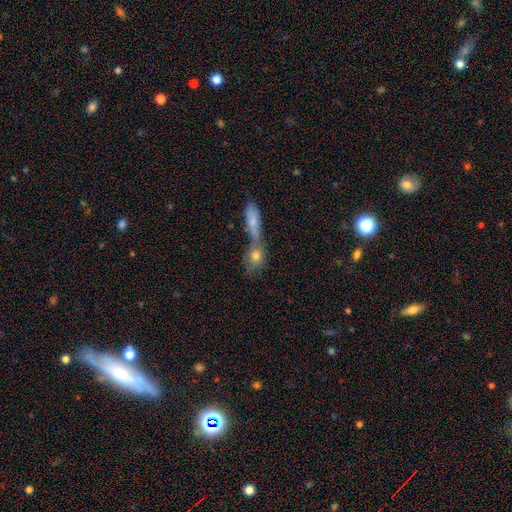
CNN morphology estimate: This is likely a smooth galaxy (65%). How rounded: marginally round (43%). Merging: possibly merger (56%).